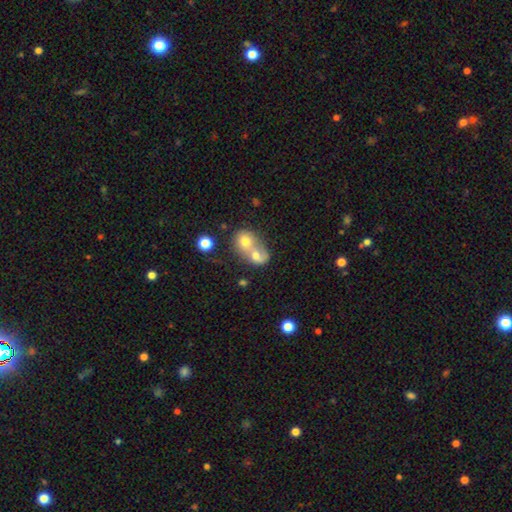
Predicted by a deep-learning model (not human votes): smooth_or_featured: smooth (p=0.63) [alt: featured or disk p=0.27]
how_rounded: round (p=0.55) [alt: in between p=0.44]
merging: merger (p=0.79) [alt: none p=0.12]